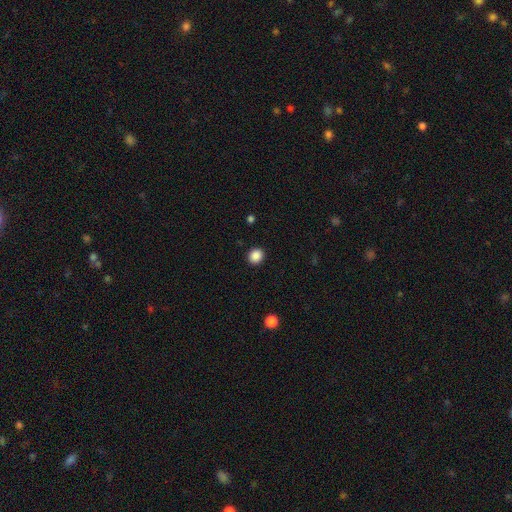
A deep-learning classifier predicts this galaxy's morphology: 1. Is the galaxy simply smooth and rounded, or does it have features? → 88% smooth, 10% star or artifact, 3% featured or disk.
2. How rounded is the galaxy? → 79% round, 20% in between, 1% cigar-shaped.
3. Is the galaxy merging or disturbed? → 92% none, 5% minor disturbance, 2% major disturbance, 1% merger.